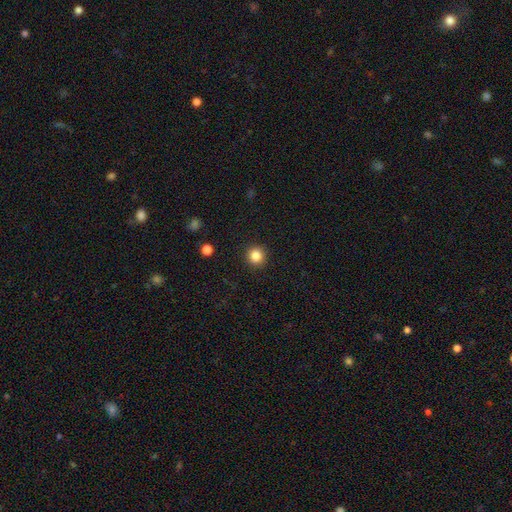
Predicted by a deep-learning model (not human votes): A smooth galaxy with no disk features (85%) that is round (95%). Merging: none (92%).